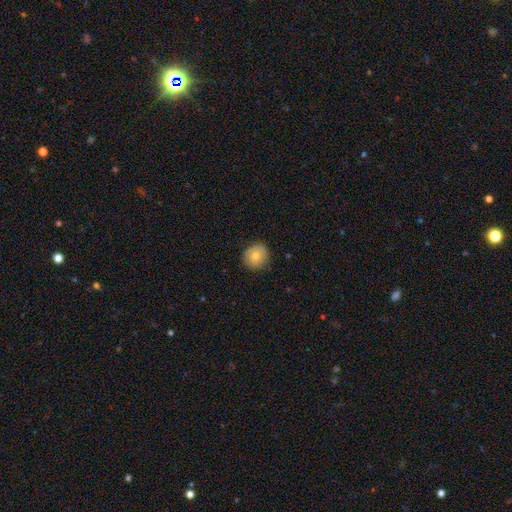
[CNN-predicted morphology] Q: Smooth or featured?
A: smooth (71%); runner-up: featured or disk (20%)
Q: How rounded?
A: round (89%); runner-up: in between (10%)
Q: Merging?
A: none (86%); runner-up: minor disturbance (11%)